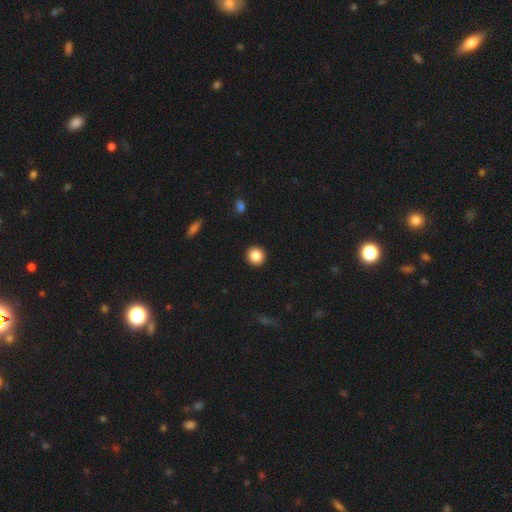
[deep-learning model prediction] Overall: smooth (85%). How rounded: round (94%). Merging: none (93%).